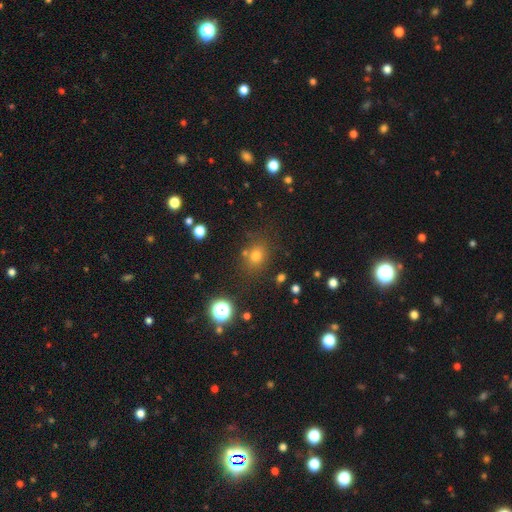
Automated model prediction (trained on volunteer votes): smooth_or_featured: smooth (p=0.69) [alt: star or artifact p=0.22]
how_rounded: round (p=0.71) [alt: in between p=0.28]
merging: none (p=0.76) [alt: minor disturbance p=0.11]